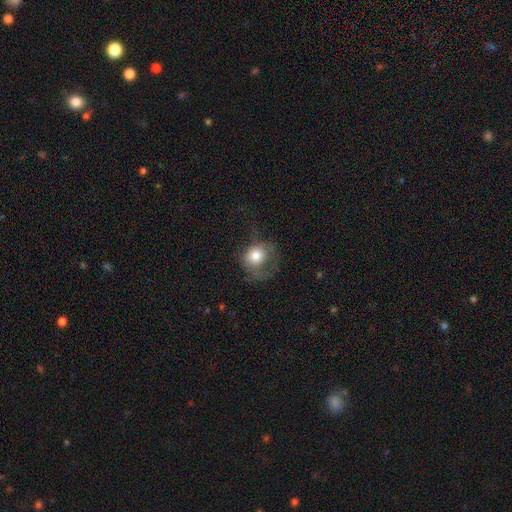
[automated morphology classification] Smooth or featured: smooth — 71% (featured or disk — 20%)
How rounded: round — 70% (in between — 29%)
Merging: major disturbance — 39% (none — 34%)